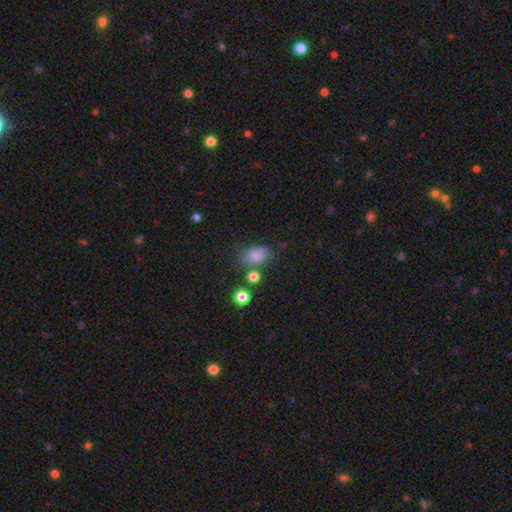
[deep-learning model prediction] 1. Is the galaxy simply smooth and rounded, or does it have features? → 81% smooth, 11% star or artifact, 7% featured or disk.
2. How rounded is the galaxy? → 80% in between, 18% round, 1% cigar-shaped.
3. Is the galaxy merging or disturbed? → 65% none, 19% minor disturbance, 9% merger, 7% major disturbance.